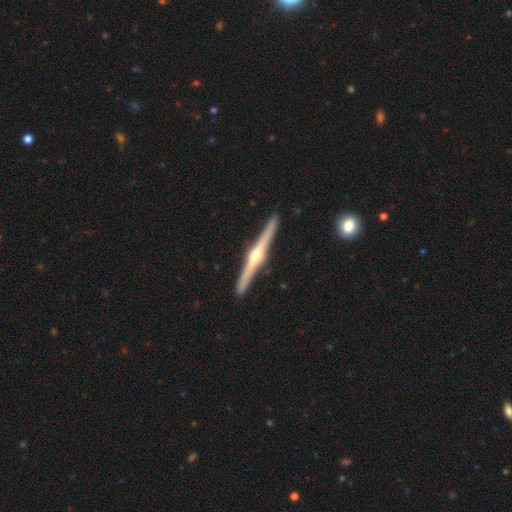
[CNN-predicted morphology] smooth_or_featured: featured or disk (p=0.83) [alt: smooth p=0.12]
disk_edge_on: yes (p=0.99) [alt: no p=0.01]
edge_on_bulge: rounded (p=0.93) [alt: none p=0.04]
merging: none (p=0.92) [alt: minor disturbance p=0.06]